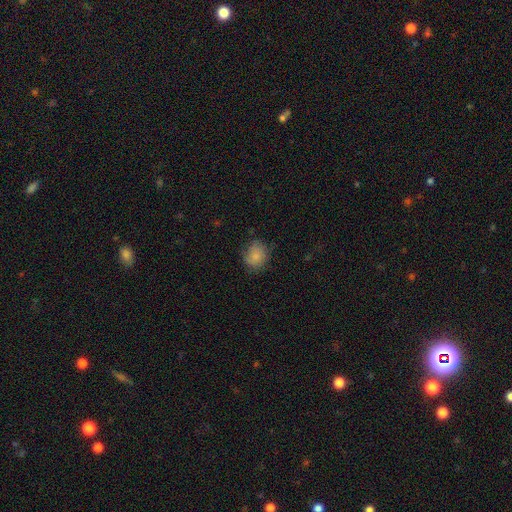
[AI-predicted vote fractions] The model was most divided on "how rounded": round: 63%, in between: 36%, cigar-shaped: 1%. More confident: smooth or featured — smooth (83%); merging — none (68%).